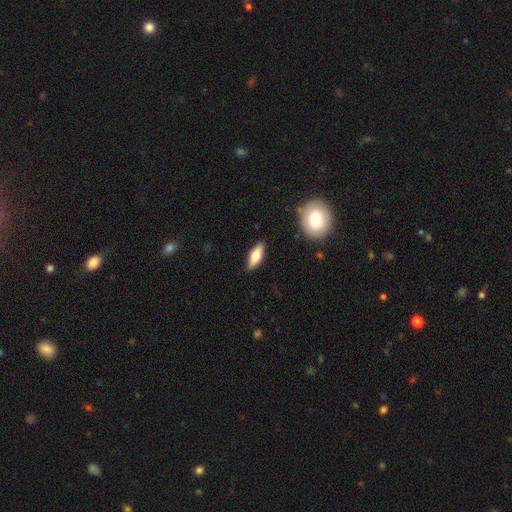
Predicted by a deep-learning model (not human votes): Overall: smooth (69%). How rounded: in between (67%; cigar-shaped 31%). Merging: none (88%).